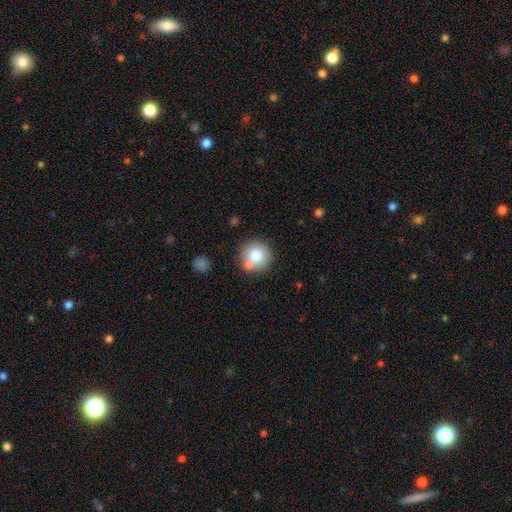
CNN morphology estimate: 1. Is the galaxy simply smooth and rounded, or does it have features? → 77% smooth, 13% featured or disk, 10% star or artifact.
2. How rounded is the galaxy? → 93% round, 6% in between, 1% cigar-shaped.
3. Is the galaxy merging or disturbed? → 73% none, 15% merger, 9% minor disturbance, 3% major disturbance.